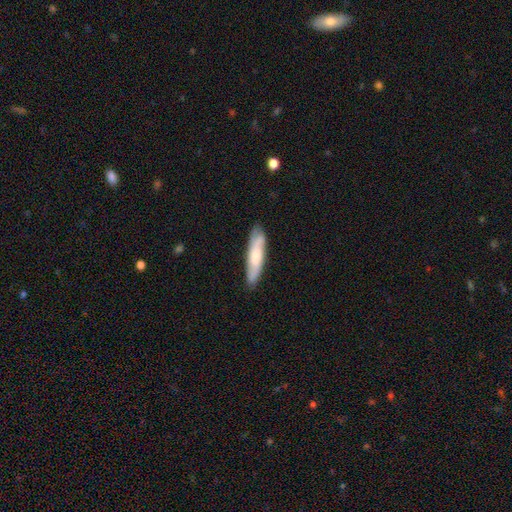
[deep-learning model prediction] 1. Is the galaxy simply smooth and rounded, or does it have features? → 58% smooth, 36% featured or disk, 6% star or artifact.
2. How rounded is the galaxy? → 75% cigar-shaped, 24% in between, 1% round.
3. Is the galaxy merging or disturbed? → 82% none, 14% minor disturbance, 3% major disturbance, 1% merger.